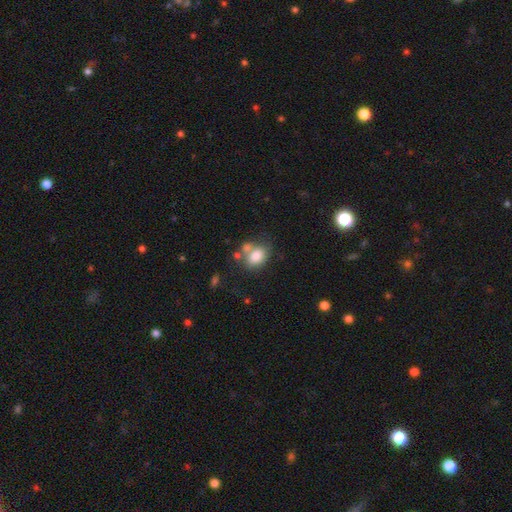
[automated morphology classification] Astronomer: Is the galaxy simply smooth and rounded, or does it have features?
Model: smooth — 79%.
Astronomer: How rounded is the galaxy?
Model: in between — 67%.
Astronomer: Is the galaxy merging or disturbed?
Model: none — 45% (runner-up: merger, 29%).